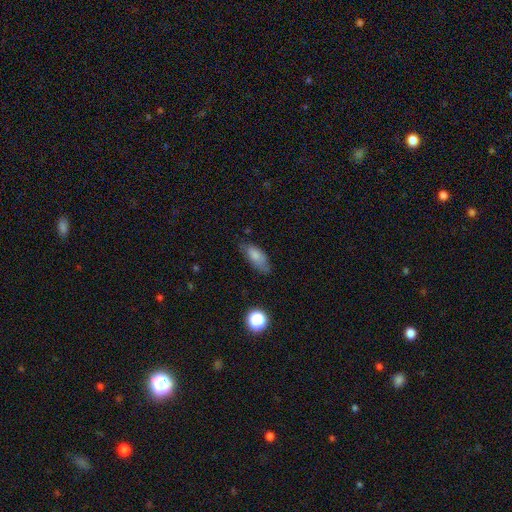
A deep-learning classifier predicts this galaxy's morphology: Smooth or featured?
  - smooth: 78% *
  - featured or disk: 13%
  - star or artifact: 9%
How rounded?
  - in between: 81% *
  - cigar-shaped: 16%
  - round: 3%
Merging?
  - none: 65% *
  - minor disturbance: 26%
  - major disturbance: 7%
  - merger: 2%